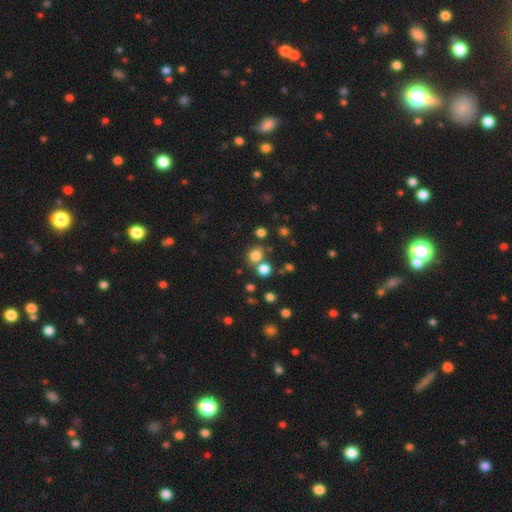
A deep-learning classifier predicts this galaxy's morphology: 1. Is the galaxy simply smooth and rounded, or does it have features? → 76% smooth, 17% star or artifact, 7% featured or disk.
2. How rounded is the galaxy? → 74% round, 25% in between, 1% cigar-shaped.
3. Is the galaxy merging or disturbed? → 65% none, 22% merger, 9% minor disturbance, 4% major disturbance.